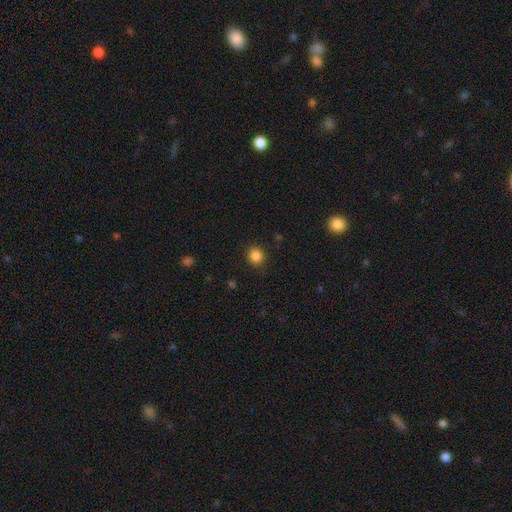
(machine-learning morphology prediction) smooth-or-featured: smooth: 85% | star or artifact: 11% | featured or disk: 4%
  how-rounded: round: 83% | in between: 16% | cigar-shaped: 1%
  merging: none: 90% | minor disturbance: 7% | major disturbance: 2% | merger: 1%